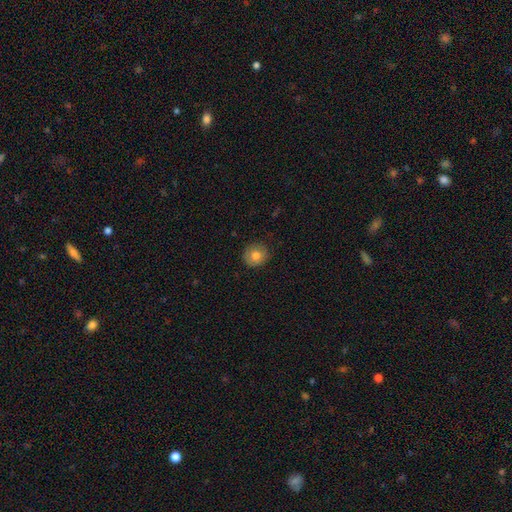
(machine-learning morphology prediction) type=smooth (76%); roundness=round (89%); merging=none (83%).